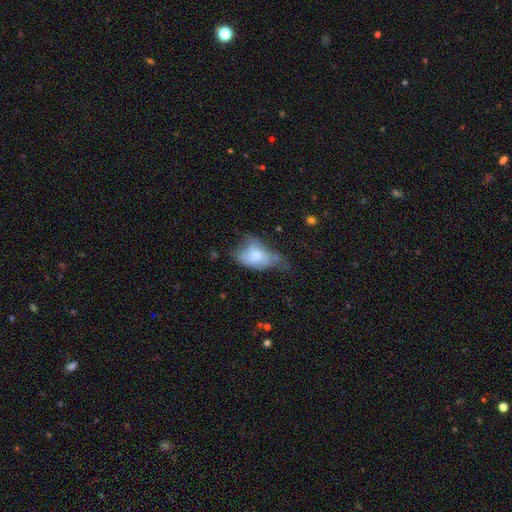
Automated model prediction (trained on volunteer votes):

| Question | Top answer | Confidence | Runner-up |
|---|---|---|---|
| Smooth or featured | smooth | 68% | featured or disk (24%) |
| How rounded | in between | 83% | round (15%) |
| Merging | minor disturbance | 38% | major disturbance (33%) |